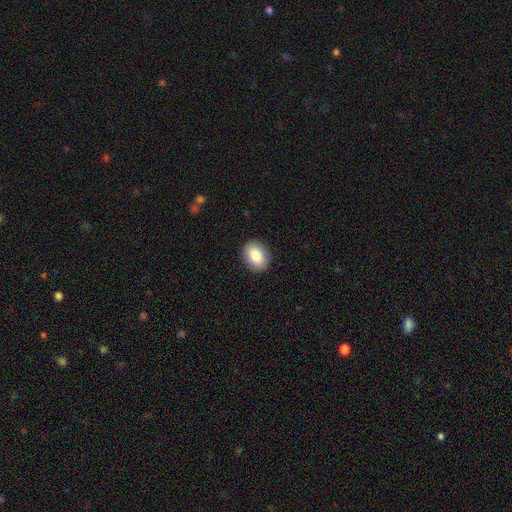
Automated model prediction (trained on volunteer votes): Morphology: type=smooth (83%); roundness=in between (62%); merging=none (90%).